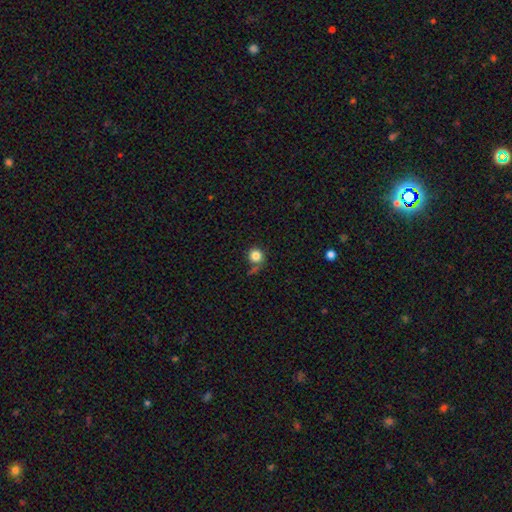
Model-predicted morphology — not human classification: This is clearly a smooth galaxy (83%). How rounded: clearly round (92%). Merging: likely none (65%).